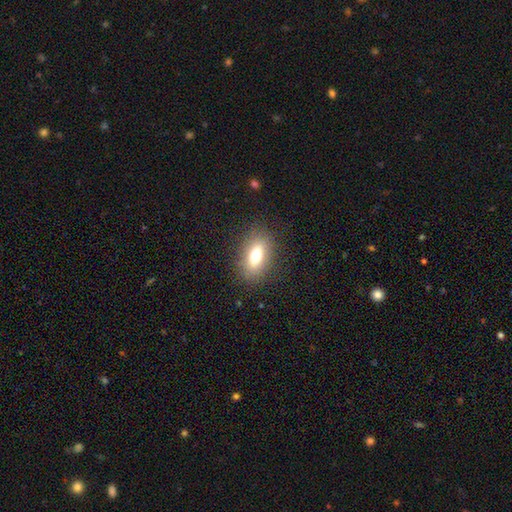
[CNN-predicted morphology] type=smooth (69%); roundness=in between (78%); merging=none (84%).